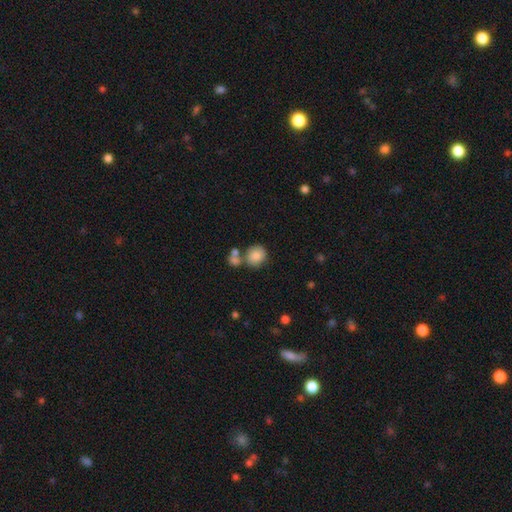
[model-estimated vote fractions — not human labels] The model was most divided on "merging": none: 53%, merger: 29%, minor disturbance: 13%, major disturbance: 5%. More confident: smooth or featured — smooth (84%); how rounded — round (81%).